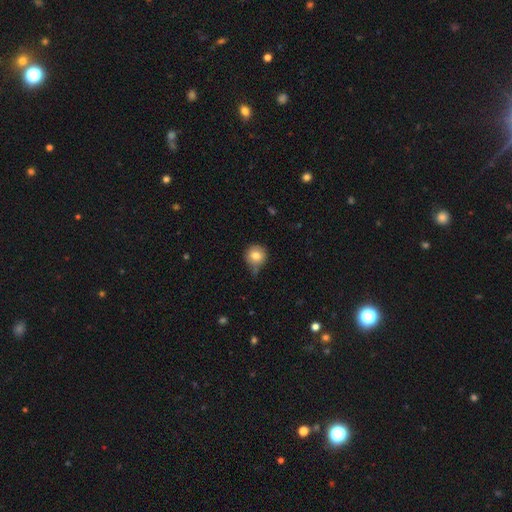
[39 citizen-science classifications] This appears to be a smooth galaxy with no disk features (92%) that is round (92%). Merging: none (38%).